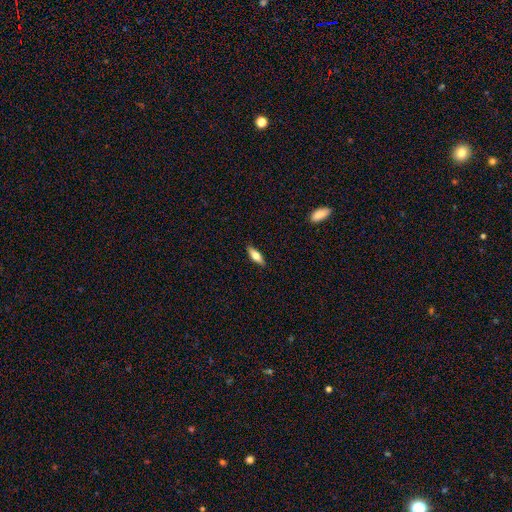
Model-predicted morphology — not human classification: Q: Smooth or featured?
A: smooth (65%); runner-up: featured or disk (29%)
Q: How rounded?
A: in between (59%); runner-up: cigar-shaped (39%)
Q: Merging?
A: none (88%); runner-up: minor disturbance (9%)